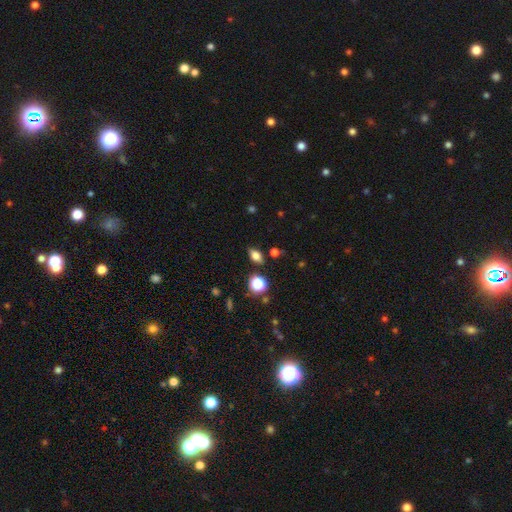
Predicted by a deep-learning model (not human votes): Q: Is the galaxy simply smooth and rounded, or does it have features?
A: smooth — 73%.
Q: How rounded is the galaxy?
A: in between — 75%.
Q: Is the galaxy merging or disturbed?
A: none — 82%.